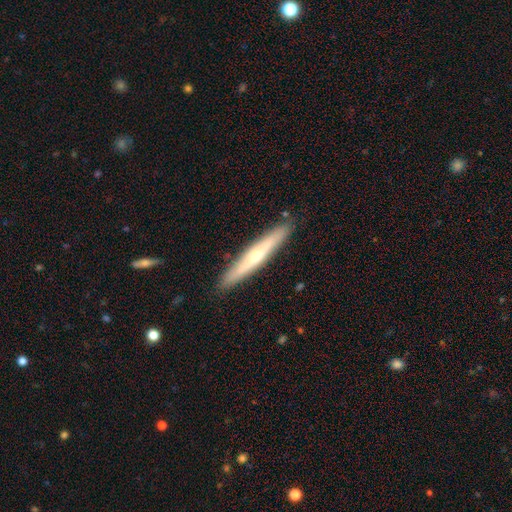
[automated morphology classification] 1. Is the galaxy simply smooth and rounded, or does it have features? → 52% featured or disk, 42% smooth, 5% star or artifact.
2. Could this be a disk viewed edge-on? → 92% yes, 8% no.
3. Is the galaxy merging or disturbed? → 90% none, 7% minor disturbance, 1% major disturbance, 1% merger.